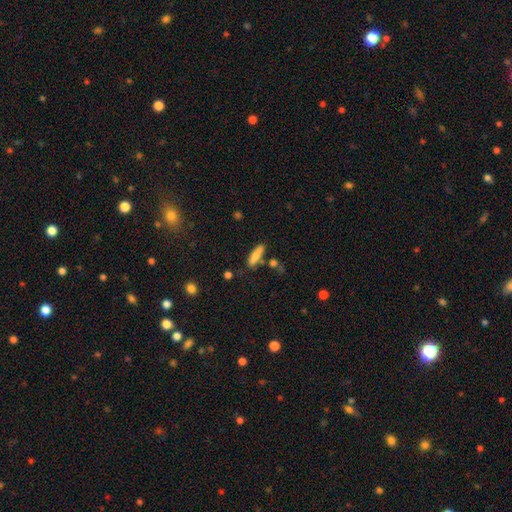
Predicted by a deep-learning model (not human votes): A smooth galaxy with no disk features (82%) that is cigar-shaped (63%). Merging: none (74%).